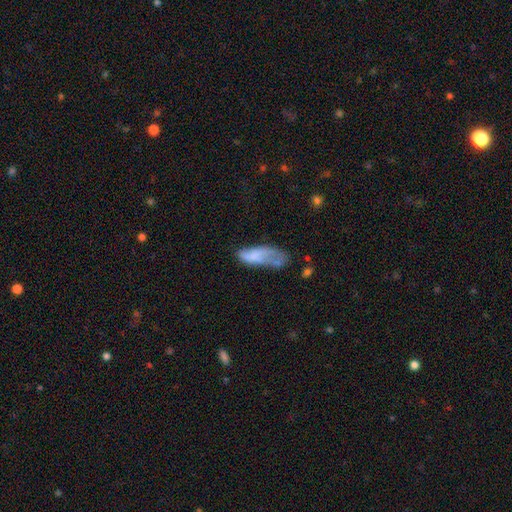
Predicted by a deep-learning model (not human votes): Smooth or featured? smooth (61%)
How rounded? in between (76%)
Merging? major disturbance (34%)